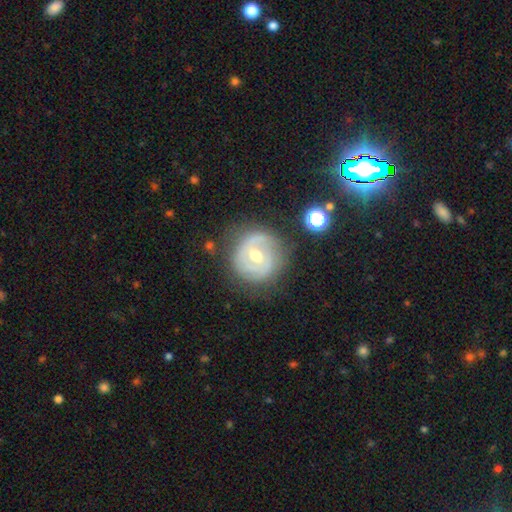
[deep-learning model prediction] A featured or disk galaxy (74%) with no bar (44%), 2 (48%) tight (60%) spiral arms (77%) and a moderate central bulge (74%).

Vote fractions:
- Smooth or featured? featured or disk: 74% / smooth: 19% / star or artifact: 7%
- Edge-on disk? no: 97% / yes: 3%
- Bar? no: 44% / weak: 42% / strong: 14%
- Spiral arms? yes: 77% / no: 23%
- Spiral winding? tight: 60% / medium: 29% / loose: 11%
- Spiral arm count? 2: 48% / can't tell: 28% / 1: 10% / 3: 9% / 4: 3% / more than 4: 2%
- Bulge size? moderate: 74% / small: 20% / large: 4% / none: 1% / dominant: 1%
- Merging? none: 72% / minor disturbance: 18% / major disturbance: 8% / merger: 2%